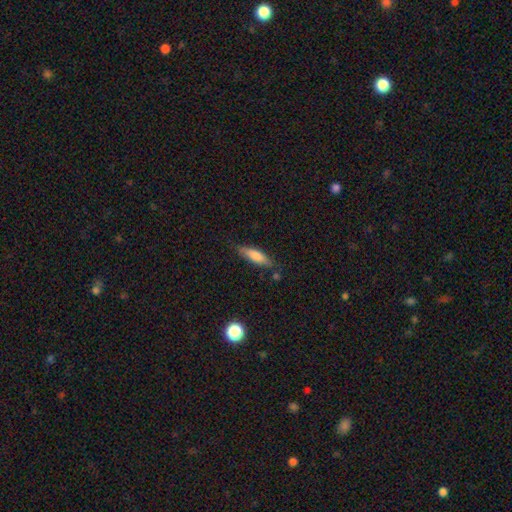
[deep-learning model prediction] smooth 77%, featured or disk 17%, star or artifact 7%. Down the decision tree: how rounded — cigar-shaped (56%); merging — none (76%).